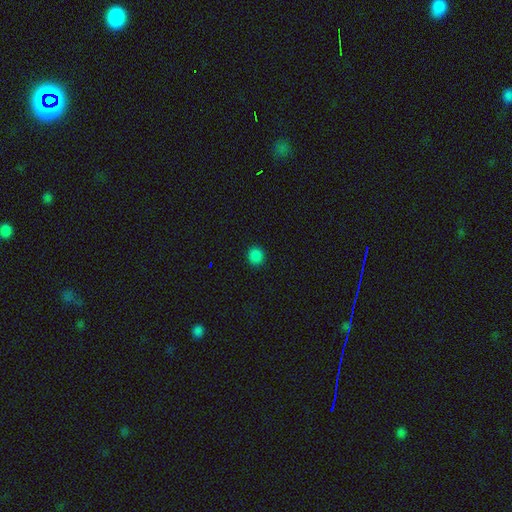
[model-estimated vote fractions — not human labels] A smooth galaxy with no disk features (85%) that is round (85%). Merging: none (91%).